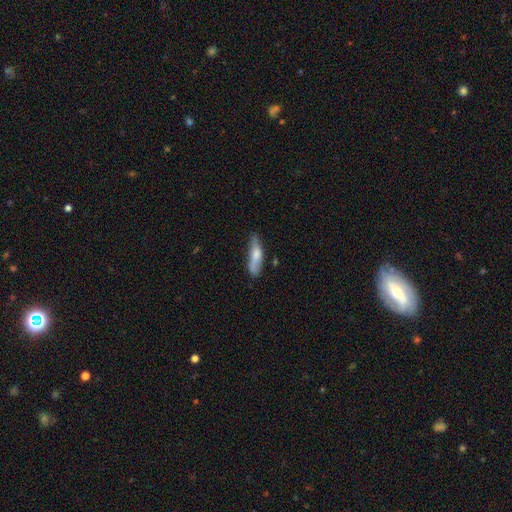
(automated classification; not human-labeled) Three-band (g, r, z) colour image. It shows a smooth galaxy with no disk features (67%) that is cigar-shaped (63%). Merging: none (55%).